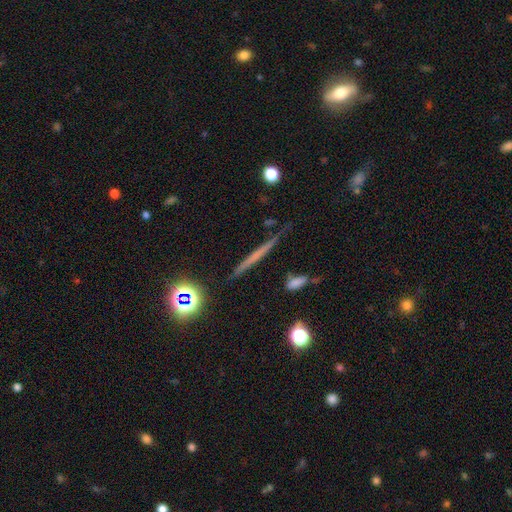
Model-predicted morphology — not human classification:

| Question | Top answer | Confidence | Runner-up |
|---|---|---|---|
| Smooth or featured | featured or disk | 46% | smooth (38%) |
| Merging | none | 86% | minor disturbance (10%) |